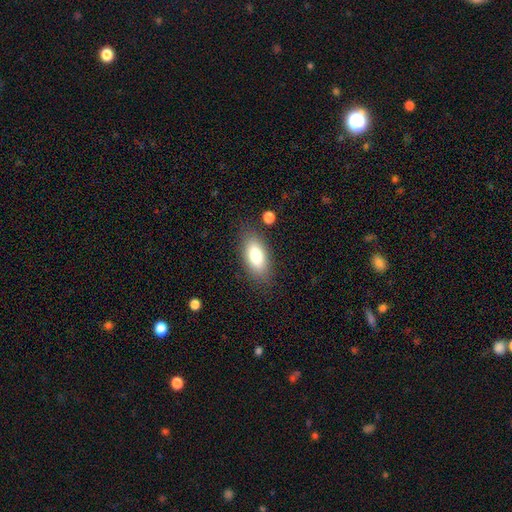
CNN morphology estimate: Q: Smooth or featured?
A: smooth (78%); runner-up: featured or disk (14%)
Q: How rounded?
A: in between (88%); runner-up: cigar-shaped (9%)
Q: Merging?
A: none (82%); runner-up: minor disturbance (12%)